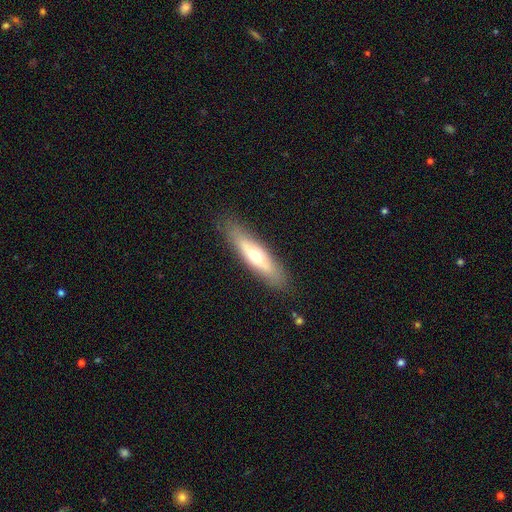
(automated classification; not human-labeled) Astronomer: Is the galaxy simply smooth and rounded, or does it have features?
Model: smooth — 51% (runner-up: featured or disk, 43%).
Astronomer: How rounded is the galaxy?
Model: cigar-shaped — 63%.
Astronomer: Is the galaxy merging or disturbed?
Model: none — 85%.